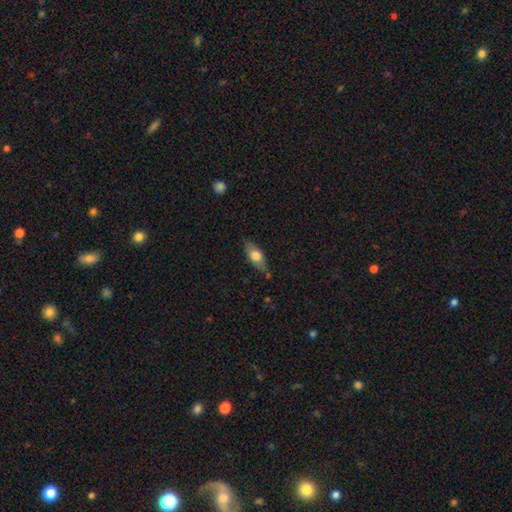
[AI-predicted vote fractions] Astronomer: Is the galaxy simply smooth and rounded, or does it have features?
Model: smooth — 64%.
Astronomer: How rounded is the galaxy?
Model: in between — 75%.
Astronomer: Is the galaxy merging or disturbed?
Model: none — 73%.